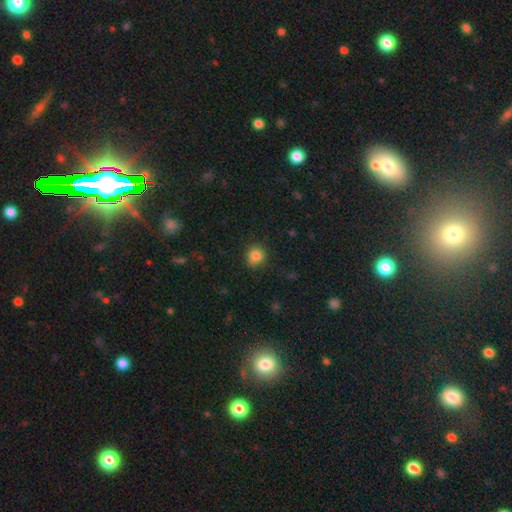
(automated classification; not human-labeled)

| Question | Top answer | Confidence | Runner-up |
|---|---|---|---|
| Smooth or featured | smooth | 83% | star or artifact (11%) |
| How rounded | round | 86% | in between (13%) |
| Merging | none | 82% | minor disturbance (14%) |